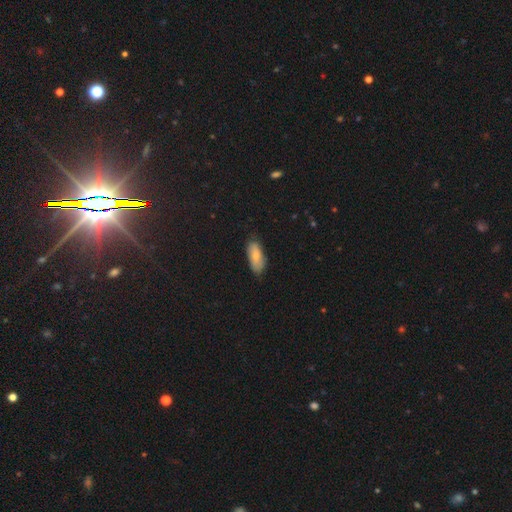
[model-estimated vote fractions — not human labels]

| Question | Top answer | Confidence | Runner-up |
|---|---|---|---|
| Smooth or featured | smooth | 78% | featured or disk (15%) |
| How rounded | in between | 86% | cigar-shaped (12%) |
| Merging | none | 73% | minor disturbance (22%) |